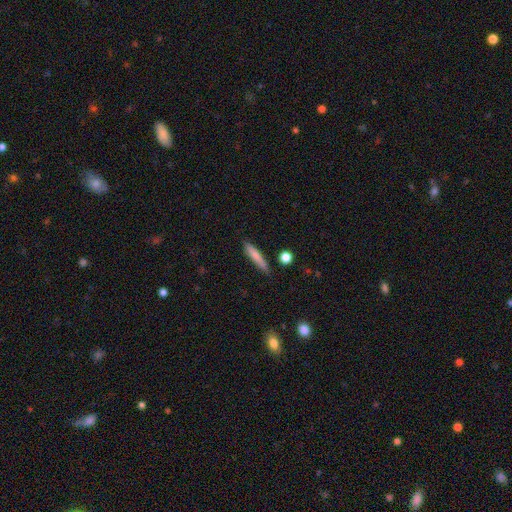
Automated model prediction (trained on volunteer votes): Q: Smooth or featured?
A: smooth (77%); runner-up: featured or disk (16%)
Q: How rounded?
A: cigar-shaped (89%); runner-up: in between (9%)
Q: Merging?
A: none (80%); runner-up: minor disturbance (14%)